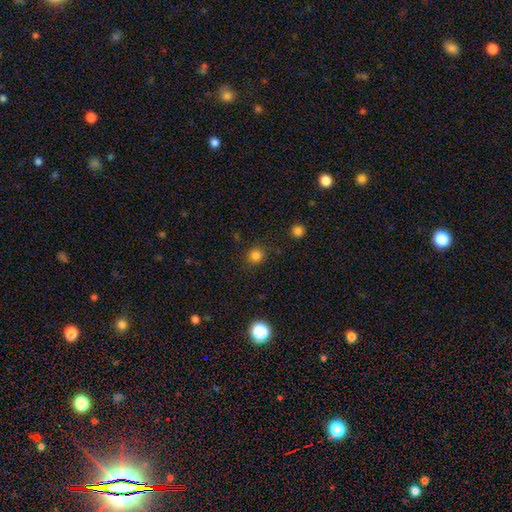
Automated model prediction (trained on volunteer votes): A smooth galaxy with no disk features (81%) that is round (86%). Merging: none (85%).